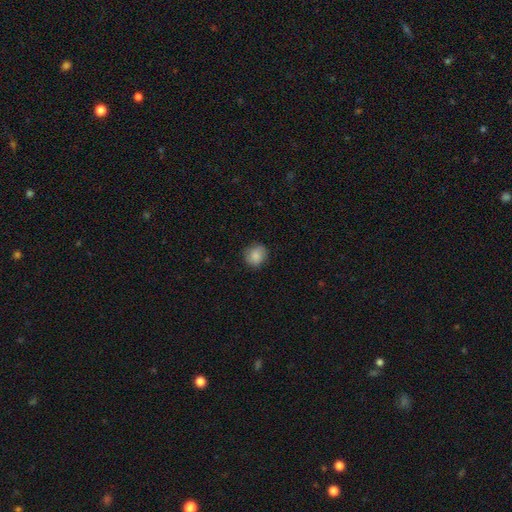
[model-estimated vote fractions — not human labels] Q: Smooth or featured?
A: smooth (85%); runner-up: star or artifact (8%)
Q: How rounded?
A: round (86%); runner-up: in between (13%)
Q: Merging?
A: none (83%); runner-up: minor disturbance (13%)